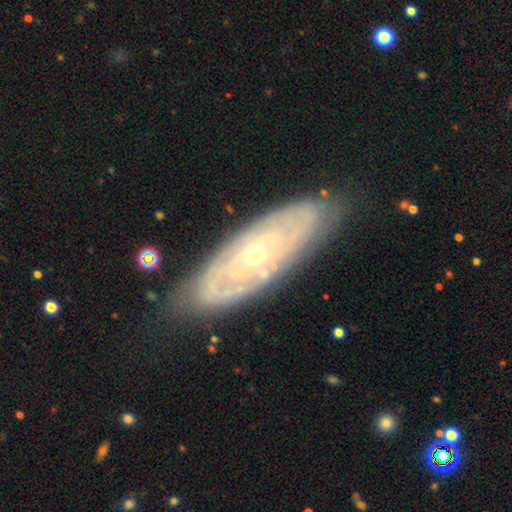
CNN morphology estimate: Overall: featured or disk (81%). Edge-on disk: no (83%). Bar: no (76%). Spiral arms: yes (82%). Spiral arm count: can't tell (59%). Spiral winding: tight (78%). Bulge size: small (61%; moderate 36%). Merging: none (82%).